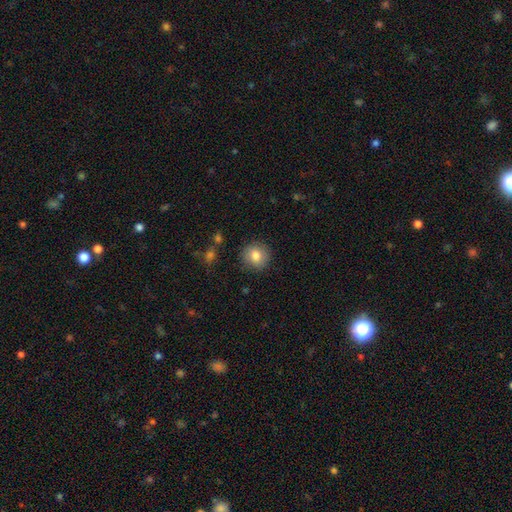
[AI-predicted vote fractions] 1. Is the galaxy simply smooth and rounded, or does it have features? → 82% smooth, 9% featured or disk, 9% star or artifact.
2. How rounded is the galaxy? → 91% round, 8% in between, 1% cigar-shaped.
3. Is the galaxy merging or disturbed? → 89% none, 8% minor disturbance, 2% major disturbance, 1% merger.